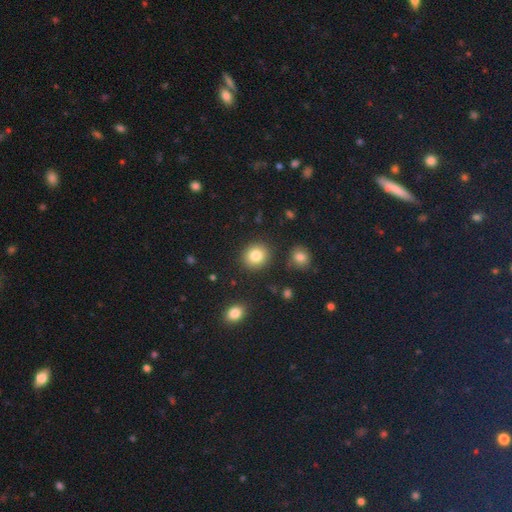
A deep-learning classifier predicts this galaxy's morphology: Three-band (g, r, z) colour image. It shows a smooth galaxy with no disk features (84%) that is round (81%). Merging: none (88%).